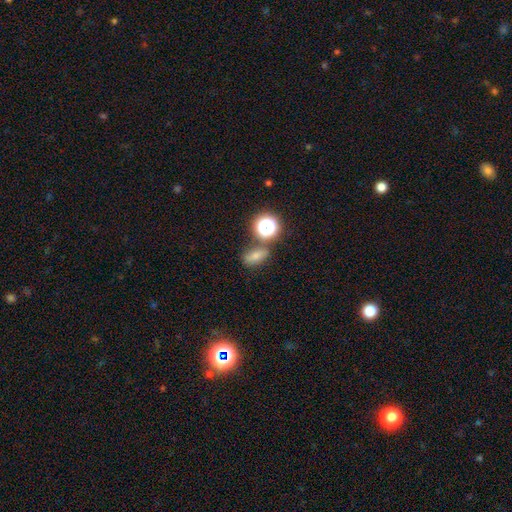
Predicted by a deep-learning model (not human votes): This appears to be a smooth galaxy with no disk features (63%) that is in between round and cigar-shaped (68%). Merging: none (68%).